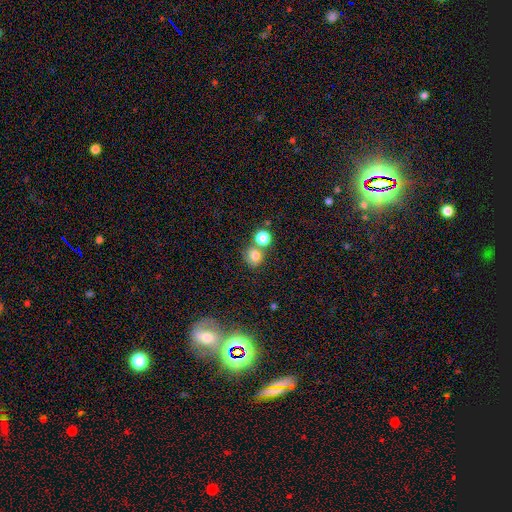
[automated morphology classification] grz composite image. It shows a smooth galaxy with no disk features (78%) that is round (82%). Merging: none (55%).